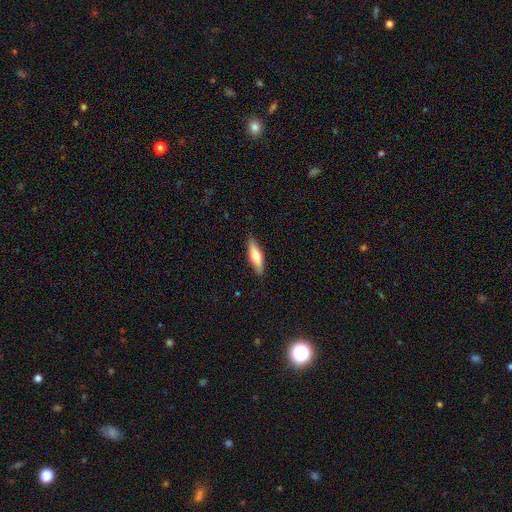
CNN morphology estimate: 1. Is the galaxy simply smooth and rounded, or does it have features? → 68% smooth, 26% featured or disk, 6% star or artifact.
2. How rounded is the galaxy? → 52% cigar-shaped, 46% in between, 2% round.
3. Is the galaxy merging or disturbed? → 86% none, 11% minor disturbance, 2% major disturbance, 1% merger.